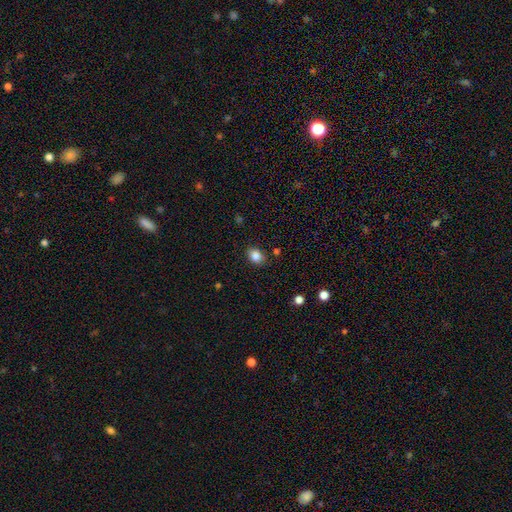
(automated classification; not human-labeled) smooth-or-featured: smooth: 83% | star or artifact: 10% | featured or disk: 7%
  how-rounded: in between: 61% | round: 38% | cigar-shaped: 1%
  merging: none: 86% | minor disturbance: 10% | major disturbance: 2% | merger: 2%